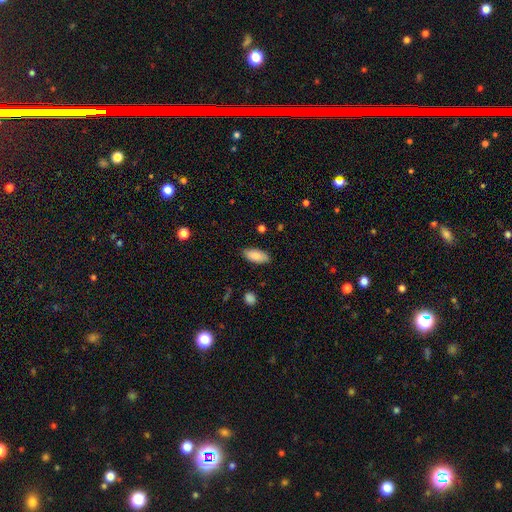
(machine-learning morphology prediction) The model was most divided on "merging": none: 87%, minor disturbance: 10%, major disturbance: 2%, merger: 1%. More confident: how rounded — in between (88%); smooth or featured — smooth (86%).